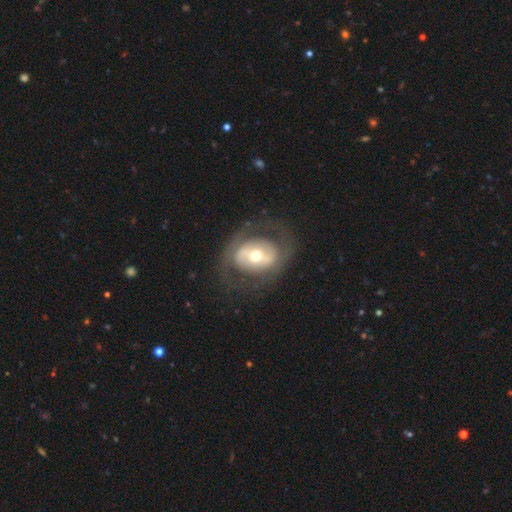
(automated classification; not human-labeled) Overall: featured or disk (66%; smooth 28%). Edge-on disk: no (94%). Bar: no (46%; weak 28%). Spiral arms: no (59%; yes 41%). Bulge size: moderate (66%). Merging: none (71%).